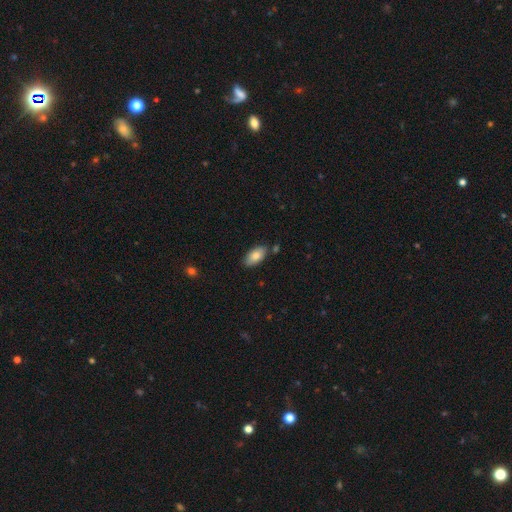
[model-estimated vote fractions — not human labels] A smooth galaxy with no disk features (81%) that is in between round and cigar-shaped (94%).

Vote fractions:
- Smooth or featured? smooth: 81% / featured or disk: 12% / star or artifact: 7%
- How rounded? in between: 94% / round: 3% / cigar-shaped: 3%
- Merging? none: 79% / minor disturbance: 14% / merger: 4% / major disturbance: 2%